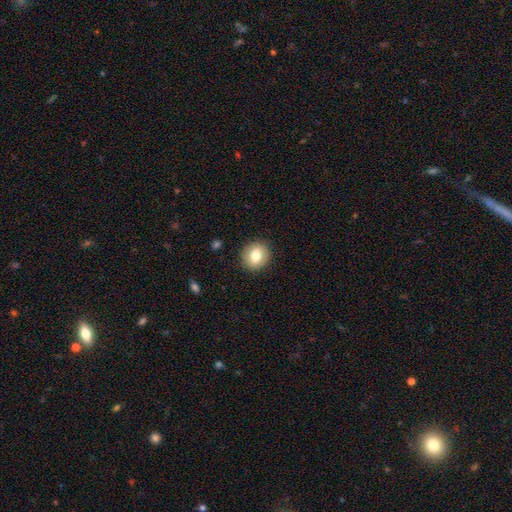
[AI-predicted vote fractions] This appears to be a smooth galaxy with no disk features (78%) that is round (79%). Merging: none (89%).